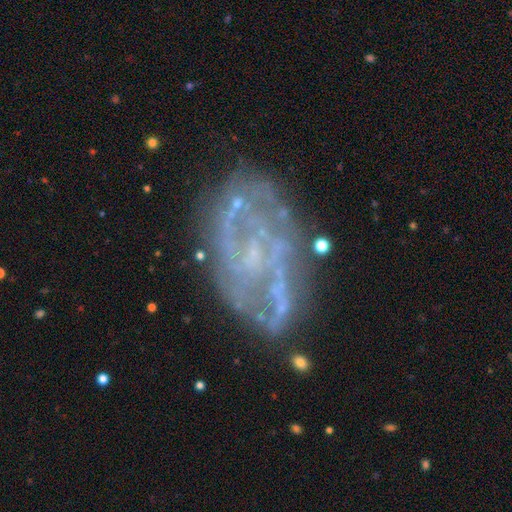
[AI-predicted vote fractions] Overall: featured or disk (81%). Edge-on disk: no (97%). Bar: no (53%; weak 35%). Spiral arms: yes (75%). Spiral arm count: can't tell (38%; 2 34%). Spiral winding: medium (39%, tied with tight). Bulge size: small (55%; none 34%). Merging: none (66%).